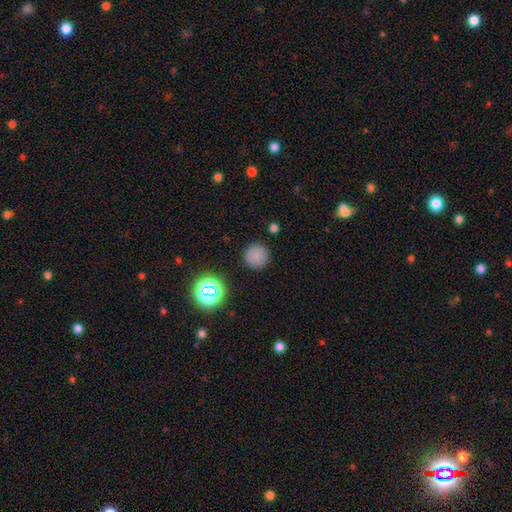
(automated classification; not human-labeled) smooth-or-featured: smooth: 80% | star or artifact: 15% | featured or disk: 5%
  how-rounded: round: 95% | in between: 4% | cigar-shaped: 1%
  merging: none: 90% | minor disturbance: 7% | major disturbance: 2% | merger: 1%